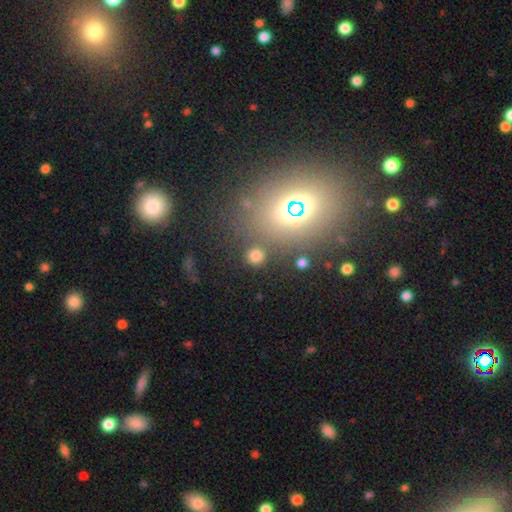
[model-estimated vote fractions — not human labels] The model was most divided on "smooth or featured": smooth: 74%, star or artifact: 20%, featured or disk: 5%. More confident: how rounded — round (91%); merging — none (83%).